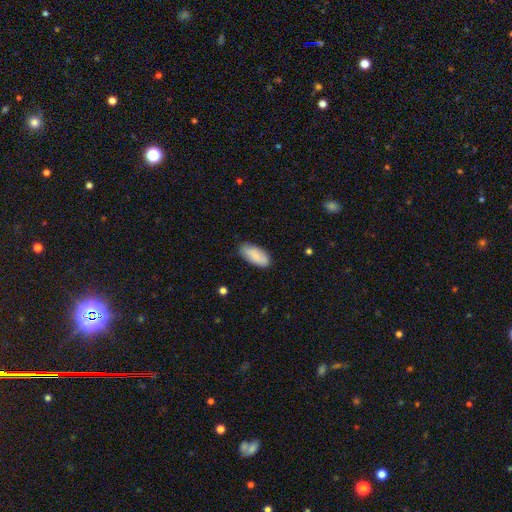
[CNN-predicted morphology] A smooth galaxy with no disk features (86%) that is in between round and cigar-shaped (88%).

Vote fractions:
- Smooth or featured? smooth: 86% / featured or disk: 8% / star or artifact: 6%
- How rounded? in between: 88% / cigar-shaped: 11% / round: 2%
- Merging? none: 83% / minor disturbance: 14% / major disturbance: 2% / merger: 1%